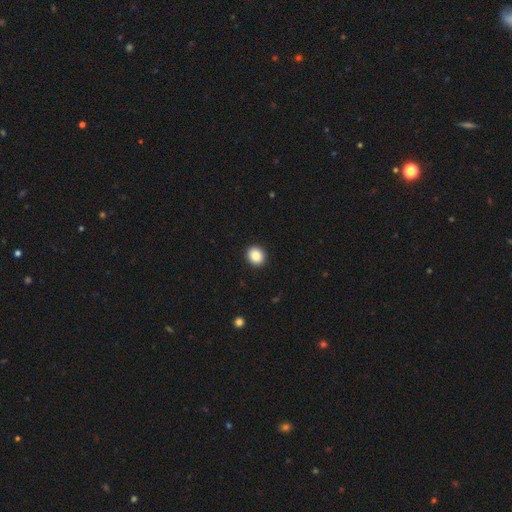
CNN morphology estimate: Q: Smooth or featured?
A: smooth (87%); runner-up: star or artifact (9%)
Q: How rounded?
A: round (76%); runner-up: in between (23%)
Q: Merging?
A: none (93%); runner-up: minor disturbance (5%)